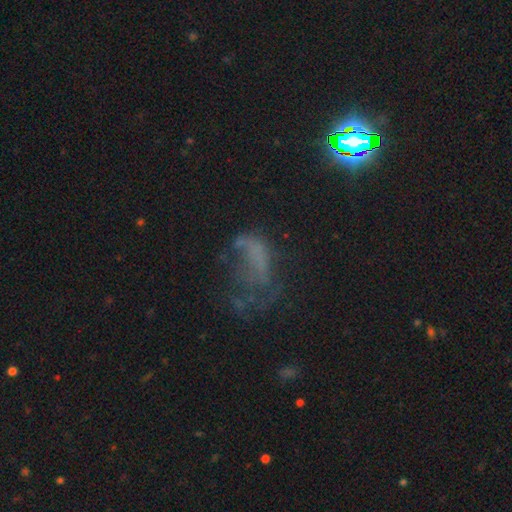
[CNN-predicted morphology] A featured or disk galaxy (38%).

Vote fractions:
- Smooth or featured? featured or disk: 38% / star or artifact: 33% / smooth: 29%
- Merging? major disturbance: 48% / none: 29% / minor disturbance: 17% / merger: 6%